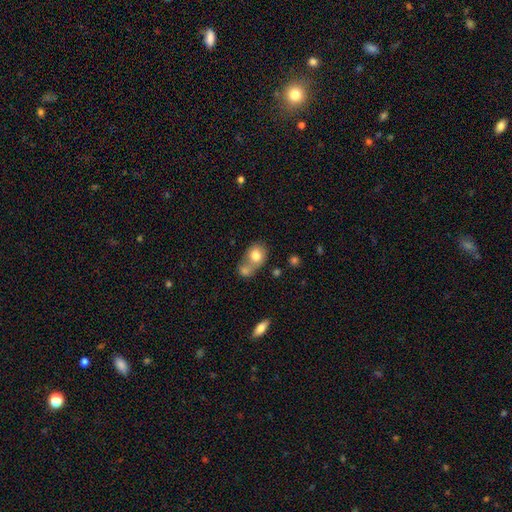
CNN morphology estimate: Smooth or featured: smooth — 78% (featured or disk — 13%)
How rounded: round — 57% (in between — 41%)
Merging: merger — 56% (none — 29%)